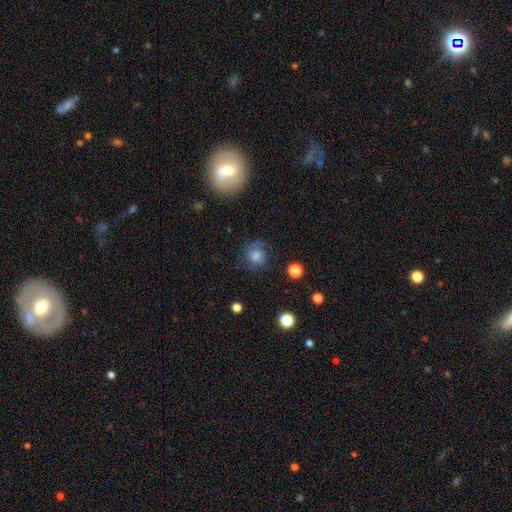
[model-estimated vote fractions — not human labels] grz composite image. It shows a smooth galaxy with no disk features (51%) that is round (79%). Merging: none (64%).